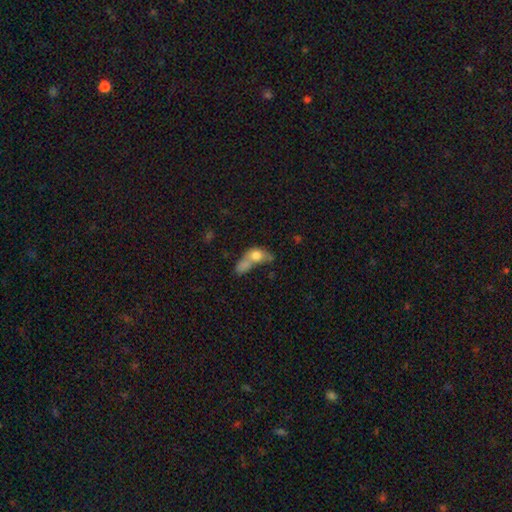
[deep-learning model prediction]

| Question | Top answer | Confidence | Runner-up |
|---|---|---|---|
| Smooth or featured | smooth | 47% | featured or disk (27%) |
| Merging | merger | 42% | none (37%) |